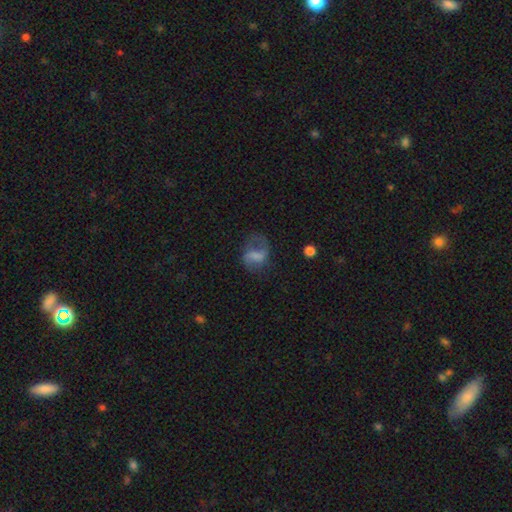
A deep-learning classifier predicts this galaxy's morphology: A featured or disk galaxy (51%).

Vote fractions:
- Smooth or featured? featured or disk: 51% / smooth: 38% / star or artifact: 11%
- Edge-on disk? no: 97% / yes: 3%
- Merging? none: 46% / major disturbance: 29% / minor disturbance: 22% / merger: 3%